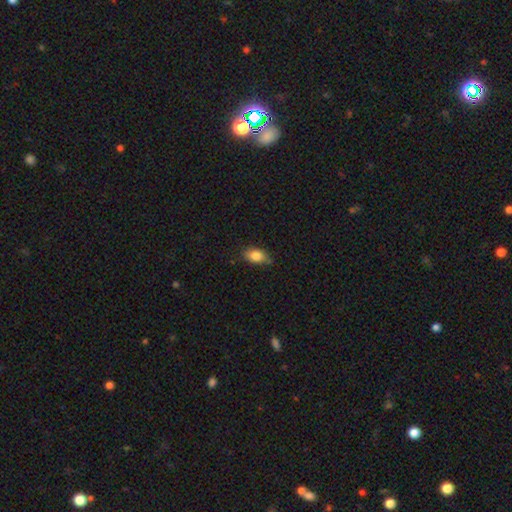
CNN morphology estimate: Q: Smooth or featured?
A: smooth (84%); runner-up: star or artifact (8%)
Q: How rounded?
A: in between (87%); runner-up: round (10%)
Q: Merging?
A: none (75%); runner-up: minor disturbance (20%)